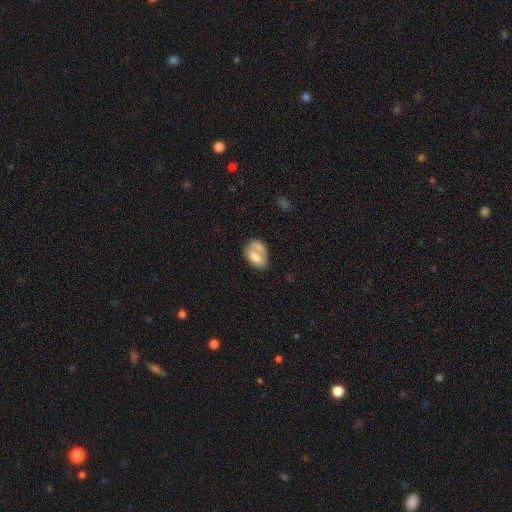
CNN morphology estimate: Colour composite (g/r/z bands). It shows a smooth galaxy with no disk features (66%) that is in between round and cigar-shaped (83%). Merging: merger (41%).